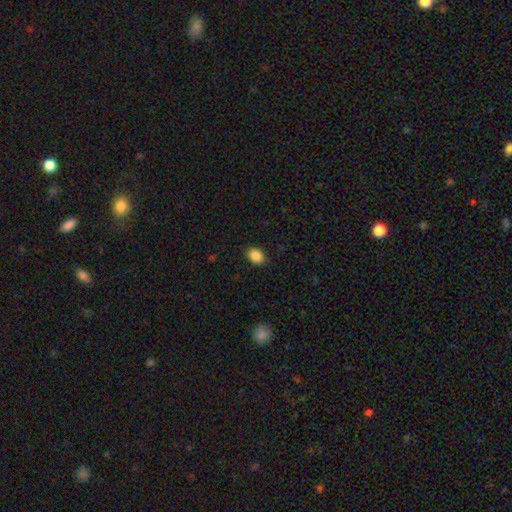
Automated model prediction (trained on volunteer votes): A smooth galaxy with no disk features (88%) that is in between round and cigar-shaped (74%). Merging: none (88%).